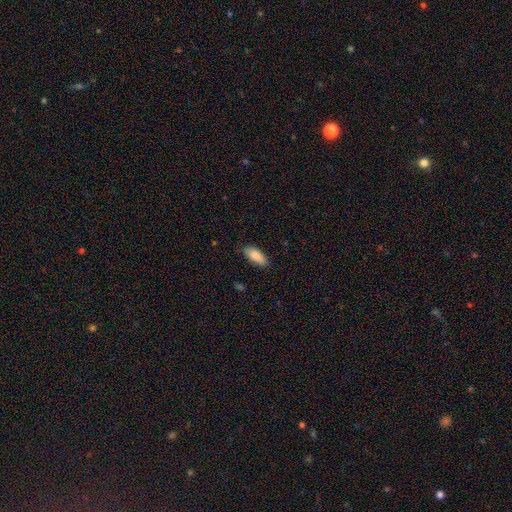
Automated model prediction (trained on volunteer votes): smooth 88%, featured or disk 6%, star or artifact 6%. Down the decision tree: how rounded — in between (81%); merging — none (83%).